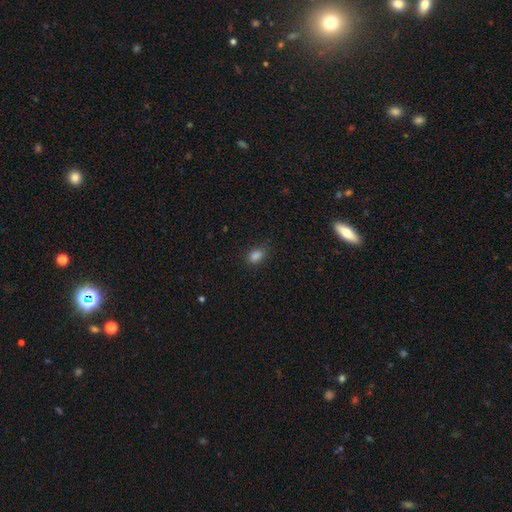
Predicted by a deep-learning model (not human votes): Smooth or featured? Predicted: smooth (p=0.84). How rounded? Predicted: in between (p=0.80). Merging? Predicted: none (p=0.80).